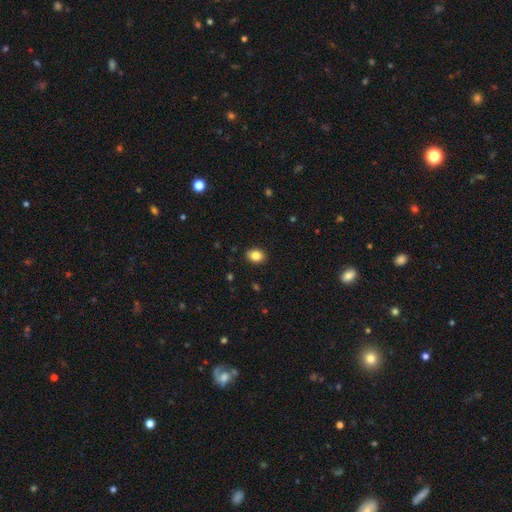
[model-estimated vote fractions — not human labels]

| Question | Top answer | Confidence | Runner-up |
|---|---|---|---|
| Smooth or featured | smooth | 84% | star or artifact (9%) |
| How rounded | in between | 57% | round (42%) |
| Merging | none | 89% | minor disturbance (8%) |